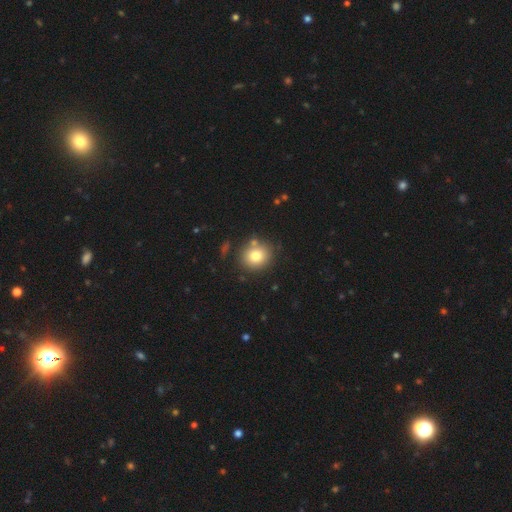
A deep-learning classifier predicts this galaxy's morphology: This appears to be a smooth galaxy with no disk features (78%) that is round (83%). Merging: none (81%).